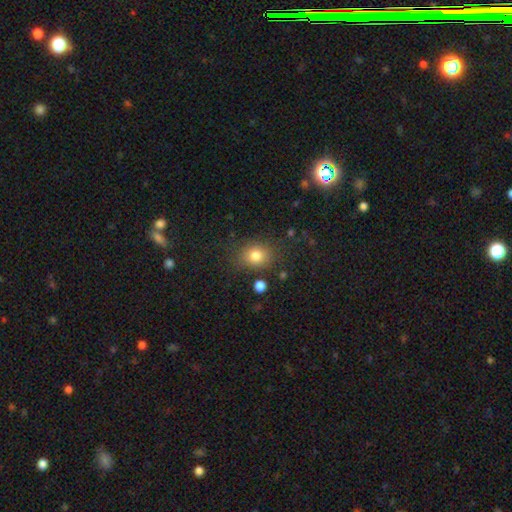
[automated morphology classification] Q: Smooth or featured?
A: smooth (80%); runner-up: star or artifact (12%)
Q: How rounded?
A: round (60%); runner-up: in between (39%)
Q: Merging?
A: none (76%); runner-up: minor disturbance (14%)